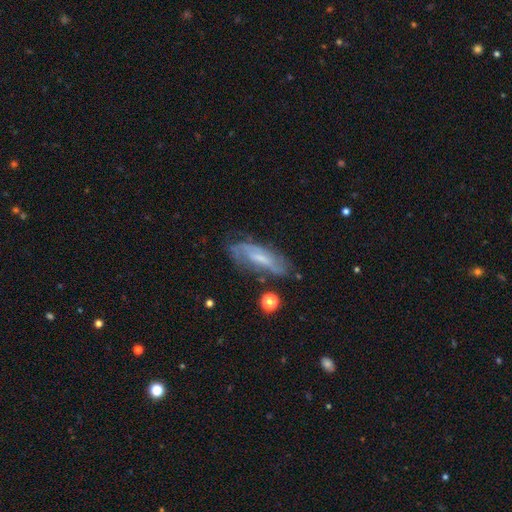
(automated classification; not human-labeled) Smooth or featured? featured or disk (61%)
Edge-on disk? no (75%)
Merging? none (69%)